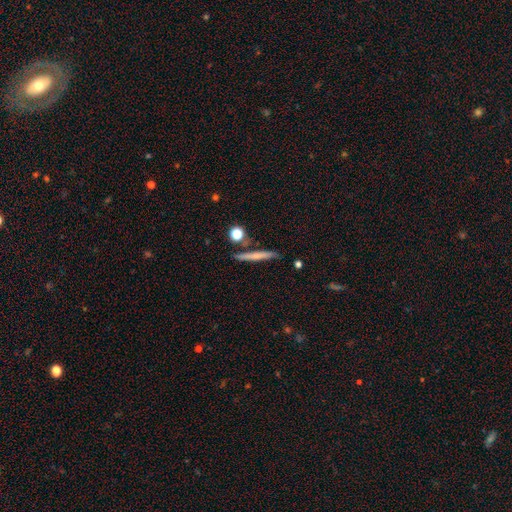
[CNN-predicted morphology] A smooth galaxy with no disk features (62%) that is cigar-shaped (91%). Merging: none (84%).